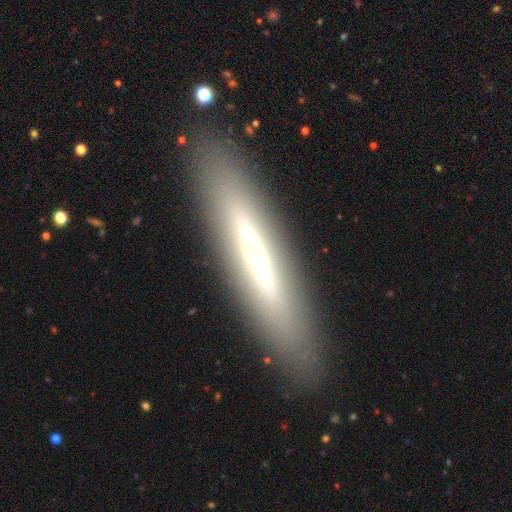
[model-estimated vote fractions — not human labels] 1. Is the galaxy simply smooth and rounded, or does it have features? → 50% featured or disk, 40% smooth, 10% star or artifact.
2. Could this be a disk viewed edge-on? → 75% yes, 25% no.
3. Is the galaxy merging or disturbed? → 86% none, 9% minor disturbance, 3% major disturbance, 2% merger.